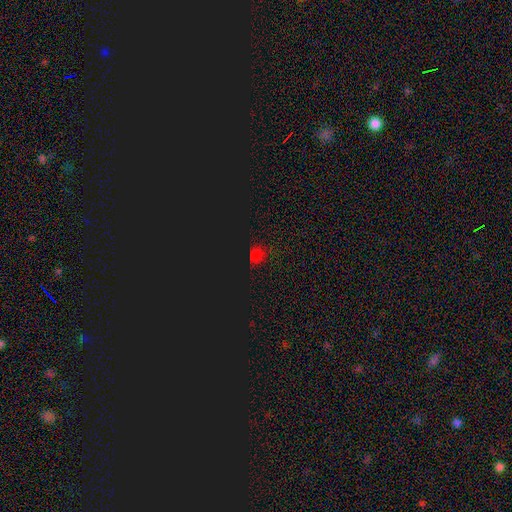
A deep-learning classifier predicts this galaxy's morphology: Smooth or featured? star or artifact (52%)